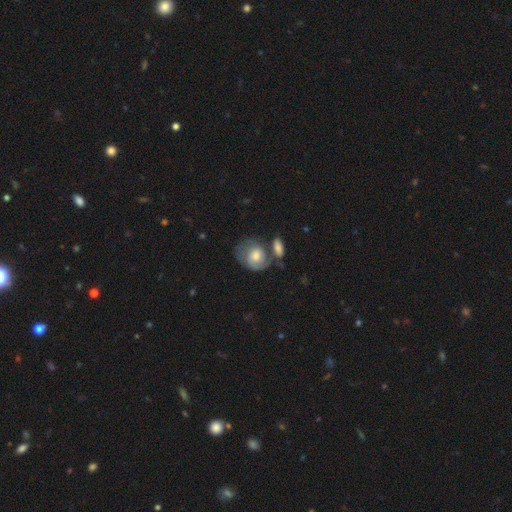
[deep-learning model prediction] This appears to be a featured or disk galaxy (54%) with no bar (72%), spiral arms (78%) and a moderate central bulge (56%). Merging: none (42%).